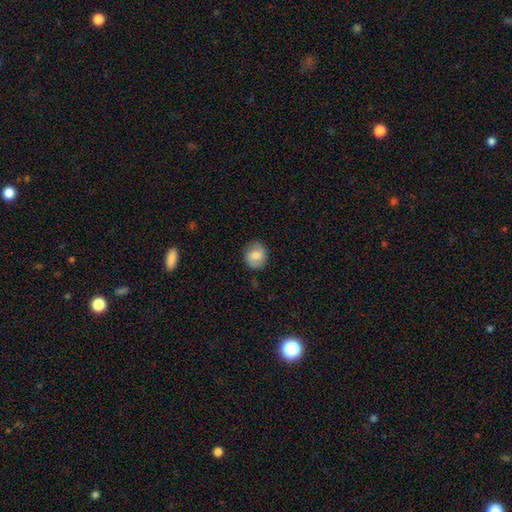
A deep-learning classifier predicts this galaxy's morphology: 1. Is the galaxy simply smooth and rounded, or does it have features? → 57% smooth, 35% featured or disk, 8% star or artifact.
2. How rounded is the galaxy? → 76% round, 23% in between, 1% cigar-shaped.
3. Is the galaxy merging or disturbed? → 83% none, 13% minor disturbance, 3% major disturbance, 1% merger.